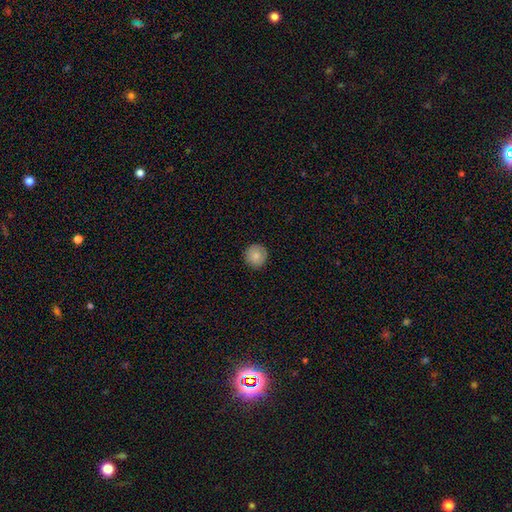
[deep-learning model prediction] Smooth or featured: smooth — 82% (featured or disk — 10%)
How rounded: round — 95% (in between — 4%)
Merging: none — 91% (minor disturbance — 6%)